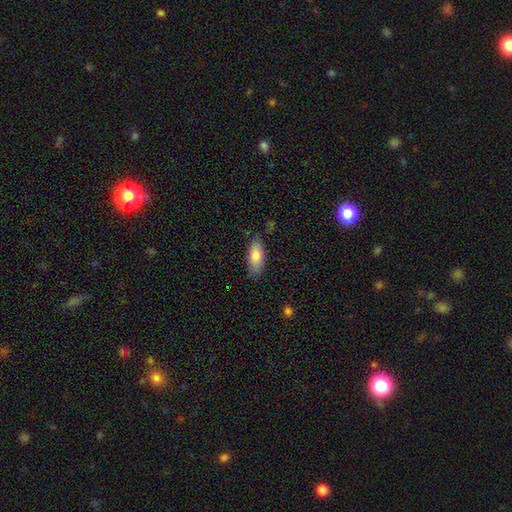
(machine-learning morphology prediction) smooth-or-featured: smooth: 79% | featured or disk: 15% | star or artifact: 7%
  how-rounded: in between: 80% | cigar-shaped: 18% | round: 2%
  merging: none: 81% | minor disturbance: 14% | major disturbance: 3% | merger: 2%